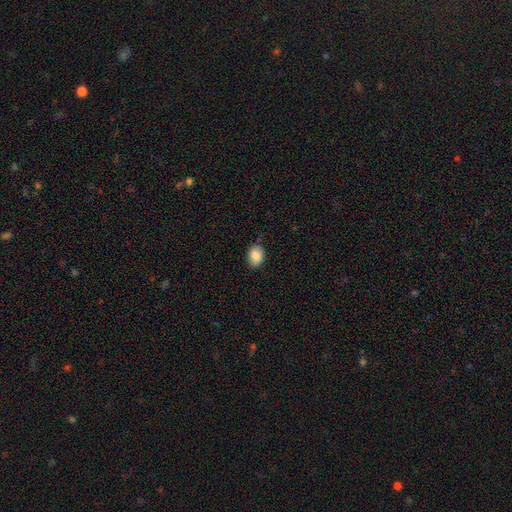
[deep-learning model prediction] smooth_or_featured: smooth (p=0.87) [alt: star or artifact p=0.08]
how_rounded: in between (p=0.76) [alt: round p=0.23]
merging: none (p=0.80) [alt: minor disturbance p=0.16]